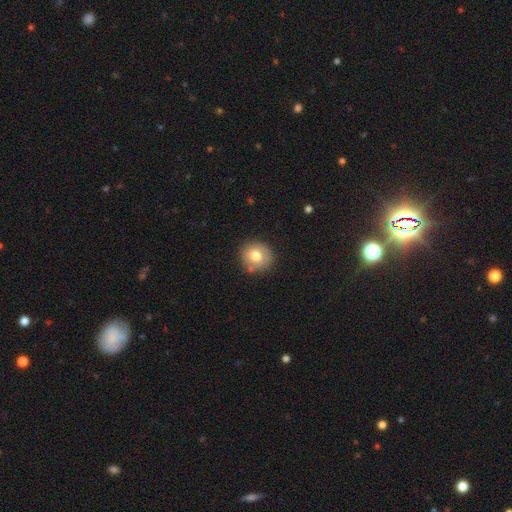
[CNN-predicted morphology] Smooth or featured? Predicted: smooth (p=0.74). How rounded? Predicted: round (p=0.87). Merging? Predicted: none (p=0.81).